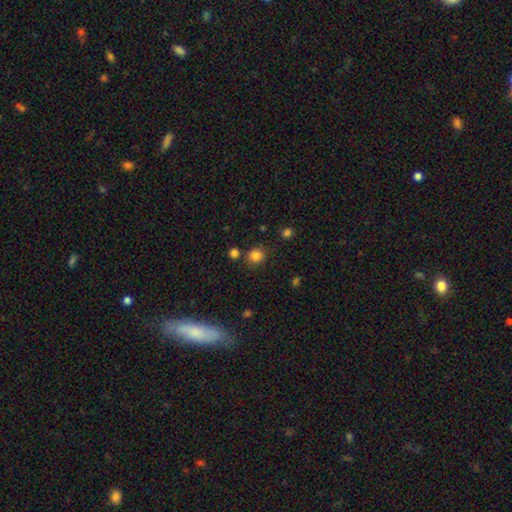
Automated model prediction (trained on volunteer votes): Overall: smooth (83%). How rounded: round (88%). Merging: none (80%).